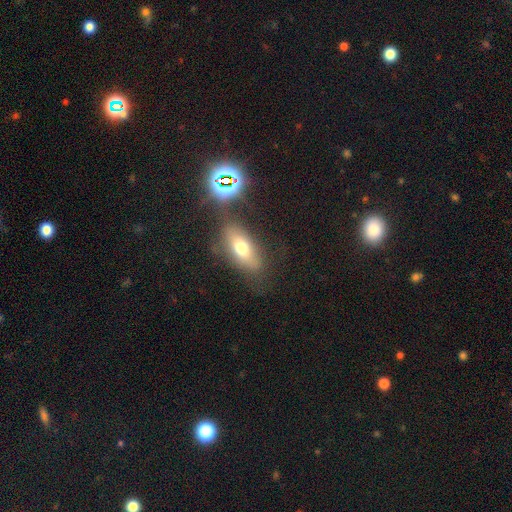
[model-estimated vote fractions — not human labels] Smooth or featured? Predicted: smooth (p=0.46). Merging? Predicted: none (p=0.73).